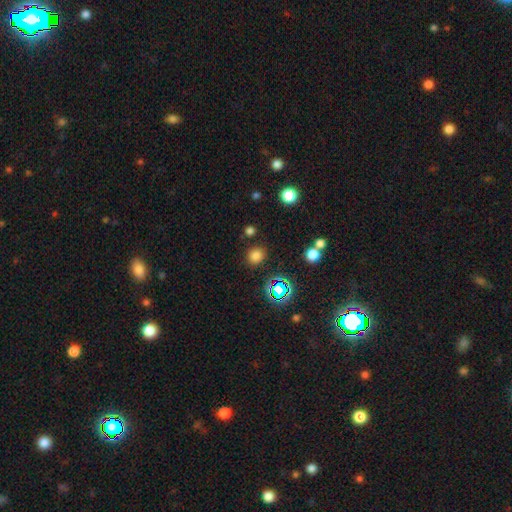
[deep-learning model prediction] smooth 74%, star or artifact 21%, featured or disk 5%. Down the decision tree: how rounded — round (74%); merging — none (84%).